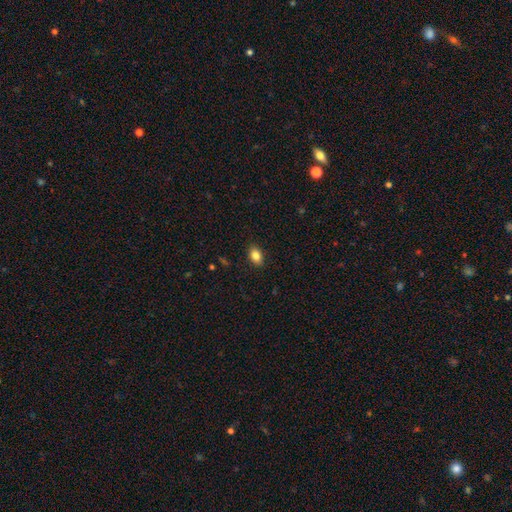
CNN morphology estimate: smooth_or_featured: smooth (p=0.84) [alt: star or artifact p=0.09]
how_rounded: in between (p=0.85) [alt: round p=0.13]
merging: none (p=0.89) [alt: minor disturbance p=0.08]